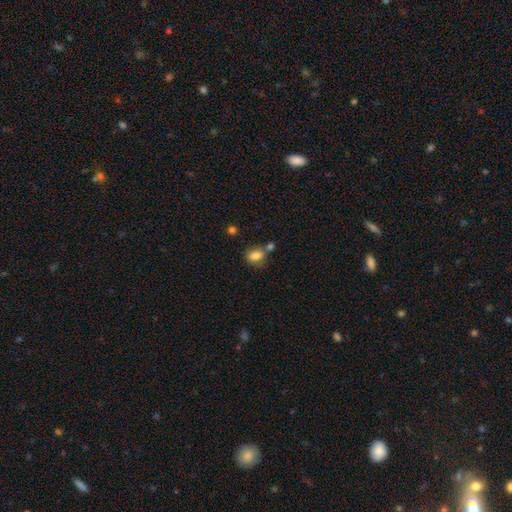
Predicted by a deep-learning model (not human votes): smooth 82%, star or artifact 10%, featured or disk 8%. Down the decision tree: how rounded — in between (69%); merging — none (52%).